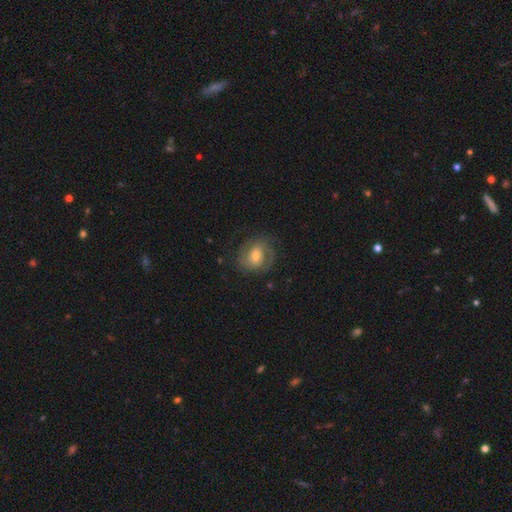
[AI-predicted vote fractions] A featured or disk galaxy (64%) with no bar (52%), 2 (63%) tight (48%) spiral arms (84%) and a moderate central bulge (59%). Merging: none (73%).